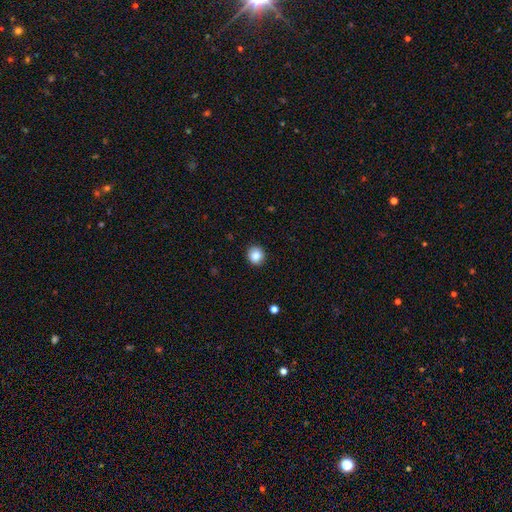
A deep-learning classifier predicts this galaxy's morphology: type=smooth (86%); roundness=round (90%); merging=none (92%).